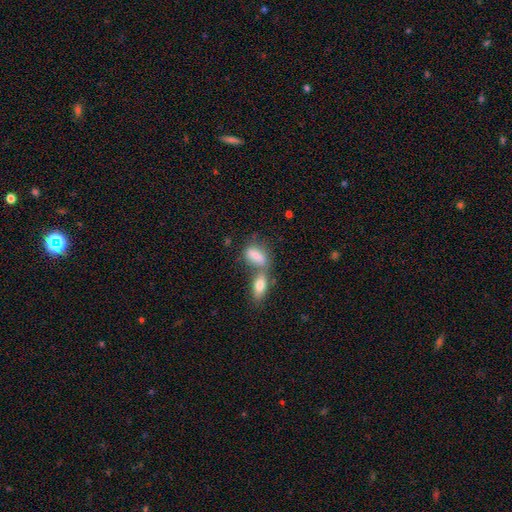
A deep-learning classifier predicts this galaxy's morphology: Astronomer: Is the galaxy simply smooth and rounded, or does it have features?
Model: smooth — 75%.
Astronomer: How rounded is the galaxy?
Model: in between — 81%.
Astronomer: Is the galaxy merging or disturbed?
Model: merger — 52% (runner-up: none, 32%).